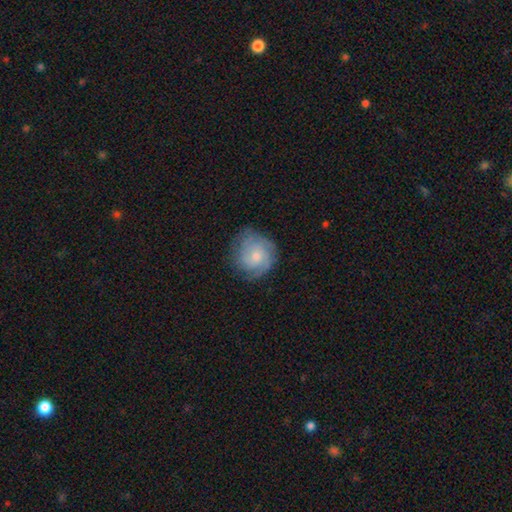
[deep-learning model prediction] This appears to be a featured or disk galaxy (59%) with no bar (76%), tight (57%) spiral arms (88%) and a small central bulge (48%). Merging: none (71%).